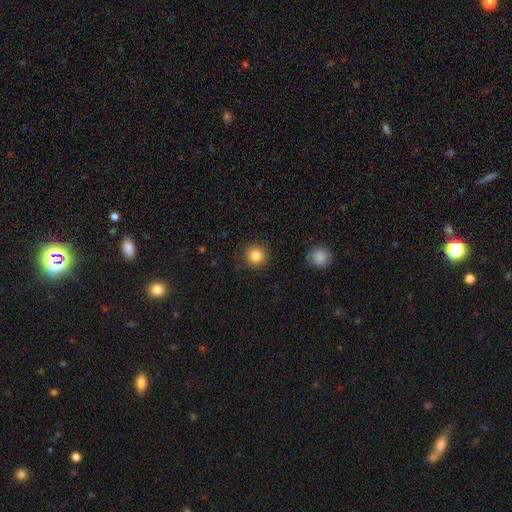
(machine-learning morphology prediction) smooth 85%, star or artifact 10%, featured or disk 5%. Down the decision tree: how rounded — round (93%); merging — none (89%).